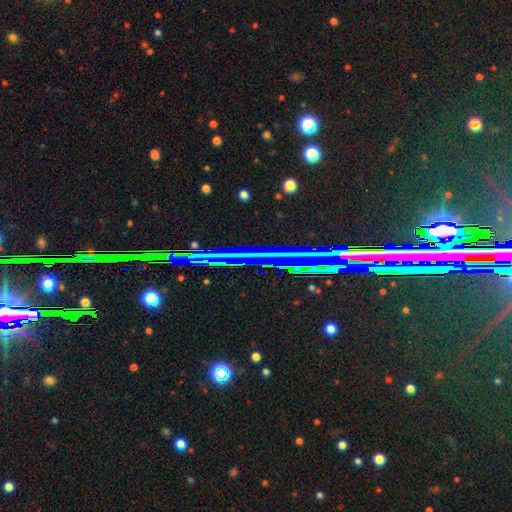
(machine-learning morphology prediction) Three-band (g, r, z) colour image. It shows a star or artifact, not a galaxy (57%).